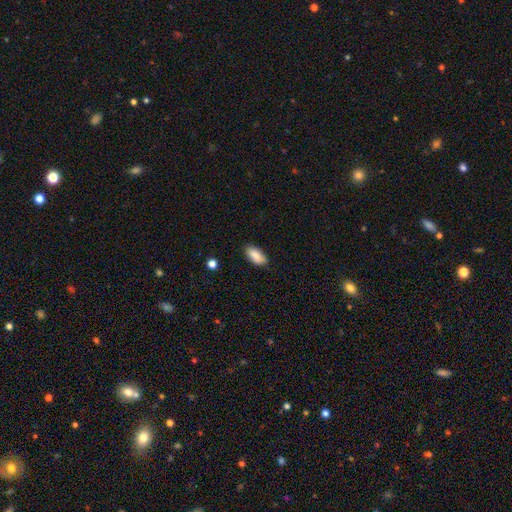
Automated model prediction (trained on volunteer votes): Smooth or featured? smooth (87%)
How rounded? in between (89%)
Merging? none (83%)